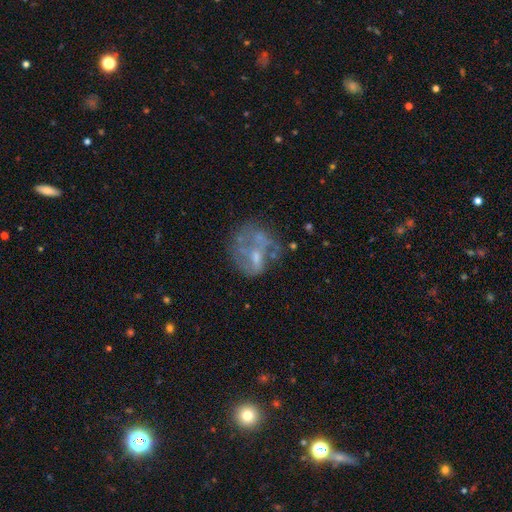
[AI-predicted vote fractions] Smooth or featured: featured or disk — 59% (smooth — 28%)
Edge-on disk: no — 98% (yes — 2%)
Bar: no — 70% (weak — 25%)
Spiral arms: no — 72% (yes — 28%)
Bulge size: small — 38% (moderate — 32%)
Merging: none — 42% (major disturbance — 27%)